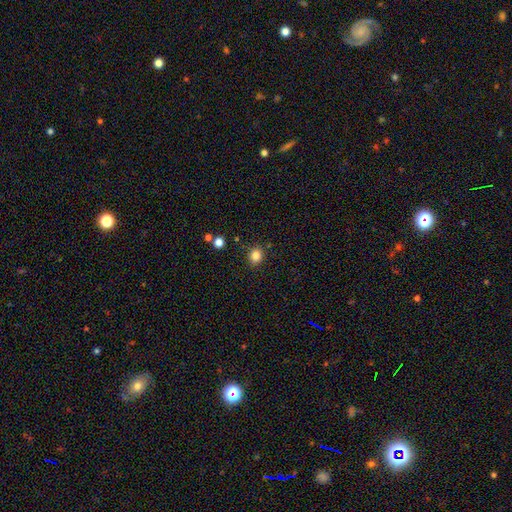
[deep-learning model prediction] This appears to be a smooth galaxy with no disk features (84%) that is round (74%). Merging: none (86%).